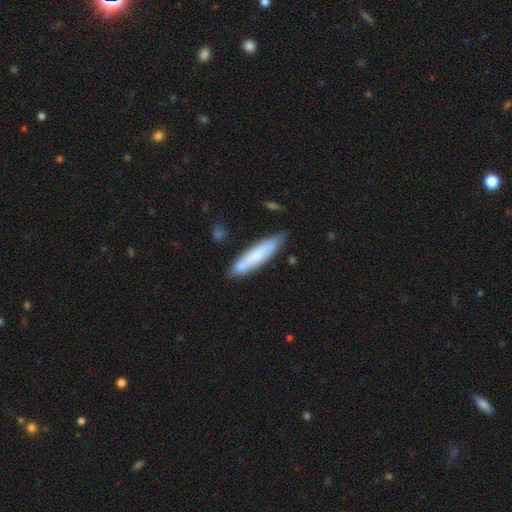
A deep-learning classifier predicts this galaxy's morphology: Smooth or featured: smooth — 69% (featured or disk — 25%)
How rounded: cigar-shaped — 84% (in between — 15%)
Merging: none — 77% (minor disturbance — 16%)